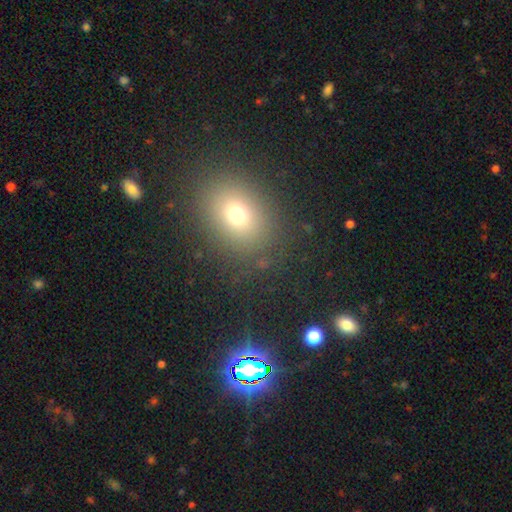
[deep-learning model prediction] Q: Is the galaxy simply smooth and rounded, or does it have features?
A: smooth — 59%.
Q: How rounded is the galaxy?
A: round — 50%.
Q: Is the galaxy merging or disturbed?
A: none — 88%.